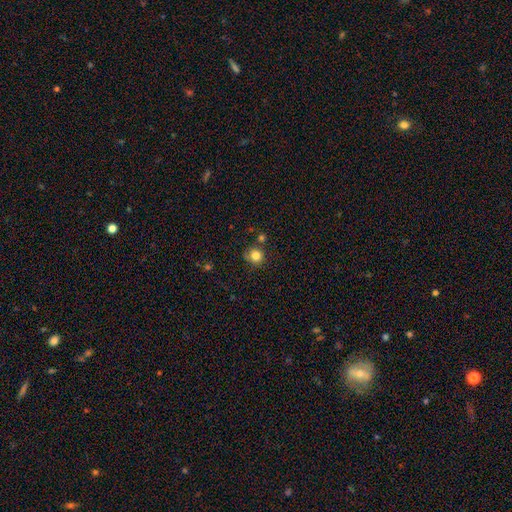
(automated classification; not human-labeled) Smooth or featured: smooth — 82% (star or artifact — 11%)
How rounded: round — 87% (in between — 12%)
Merging: none — 72% (minor disturbance — 17%)